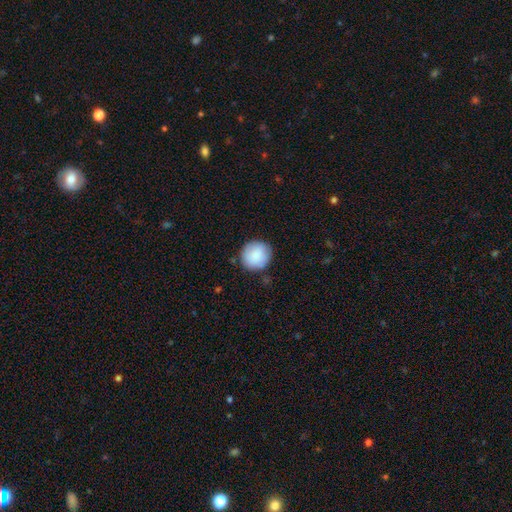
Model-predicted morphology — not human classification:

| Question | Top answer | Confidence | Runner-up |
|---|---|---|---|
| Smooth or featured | smooth | 87% | star or artifact (7%) |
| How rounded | round | 90% | in between (10%) |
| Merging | none | 82% | minor disturbance (13%) |